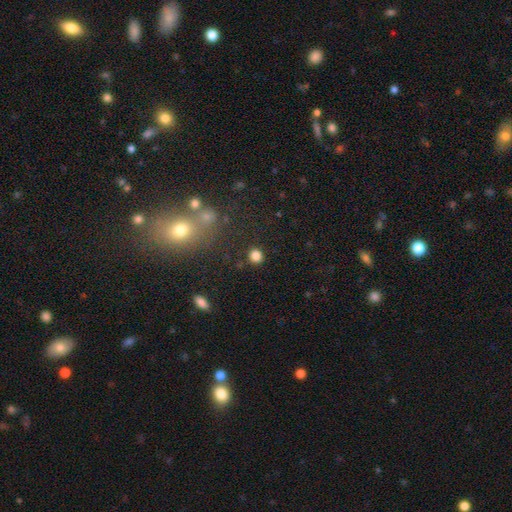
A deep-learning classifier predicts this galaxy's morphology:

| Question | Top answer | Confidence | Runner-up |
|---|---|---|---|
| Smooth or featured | smooth | 83% | star or artifact (13%) |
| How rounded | round | 84% | in between (15%) |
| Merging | none | 87% | minor disturbance (7%) |